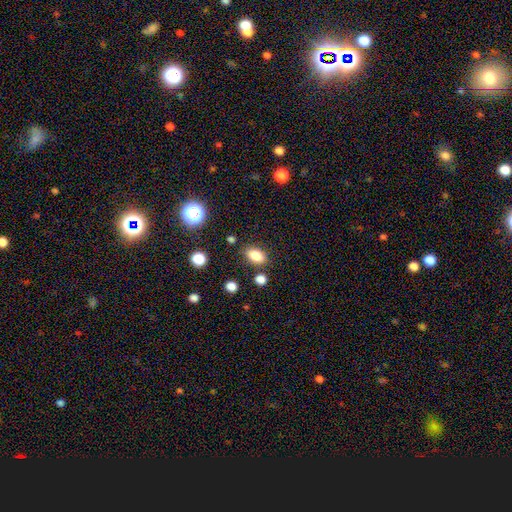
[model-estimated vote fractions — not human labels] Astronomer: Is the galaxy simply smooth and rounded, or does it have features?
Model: smooth — 84%.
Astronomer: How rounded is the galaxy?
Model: in between — 84%.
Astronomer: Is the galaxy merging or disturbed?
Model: none — 80%.